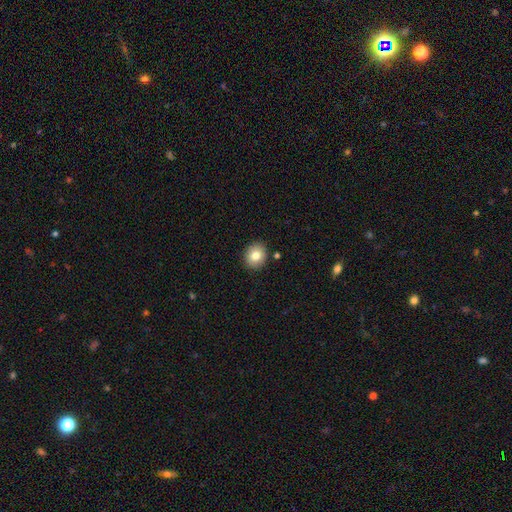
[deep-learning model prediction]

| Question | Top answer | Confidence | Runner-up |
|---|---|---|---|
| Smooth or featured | smooth | 80% | featured or disk (11%) |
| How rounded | round | 73% | in between (27%) |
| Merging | none | 89% | minor disturbance (7%) |